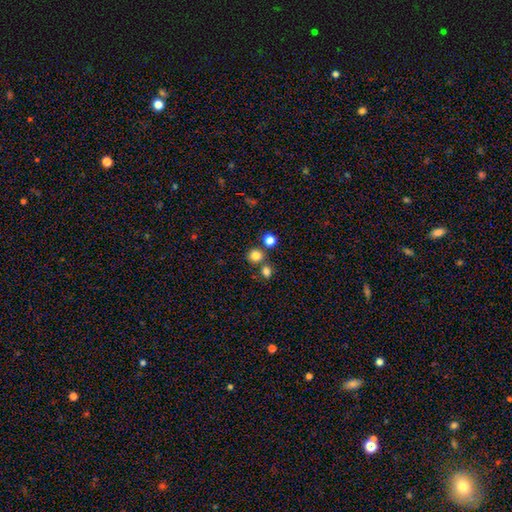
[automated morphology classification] smooth-or-featured: smooth: 81% | star or artifact: 14% | featured or disk: 5%
  how-rounded: round: 87% | in between: 12% | cigar-shaped: 1%
  merging: none: 73% | merger: 17% | minor disturbance: 7% | major disturbance: 3%